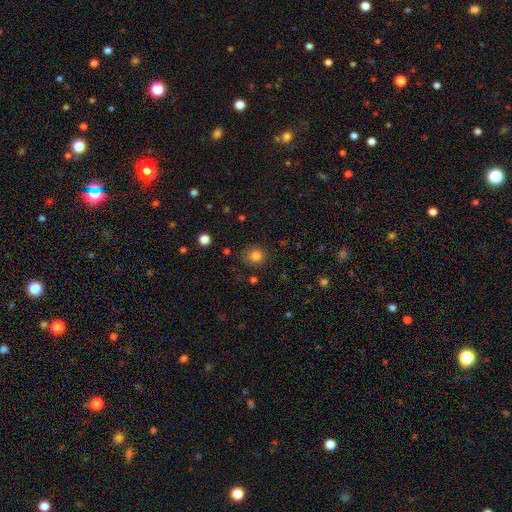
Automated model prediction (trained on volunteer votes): smooth 83%, star or artifact 12%, featured or disk 4%. Down the decision tree: how rounded — round (84%); merging — none (79%).